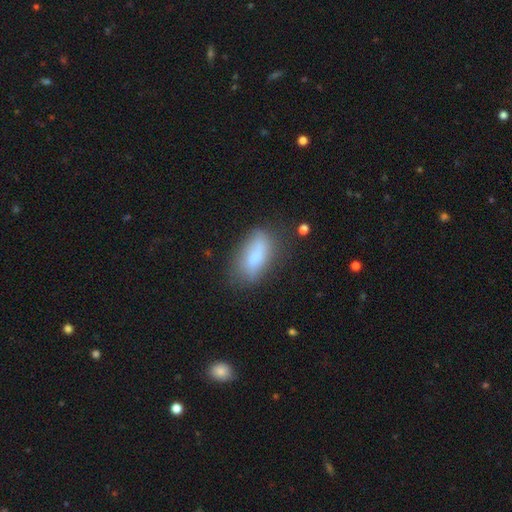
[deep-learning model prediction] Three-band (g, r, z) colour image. It shows a smooth galaxy with no disk features (75%) that is in between round and cigar-shaped (83%). Merging: none (61%).